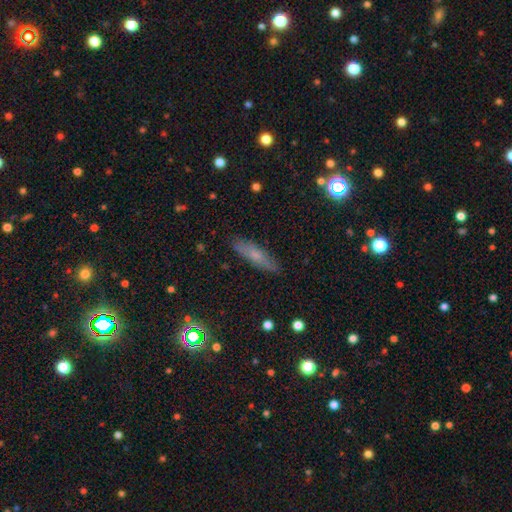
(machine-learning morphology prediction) Overall: smooth (59%; featured or disk 31%). How rounded: cigar-shaped (68%; in between 29%). Merging: none (87%).